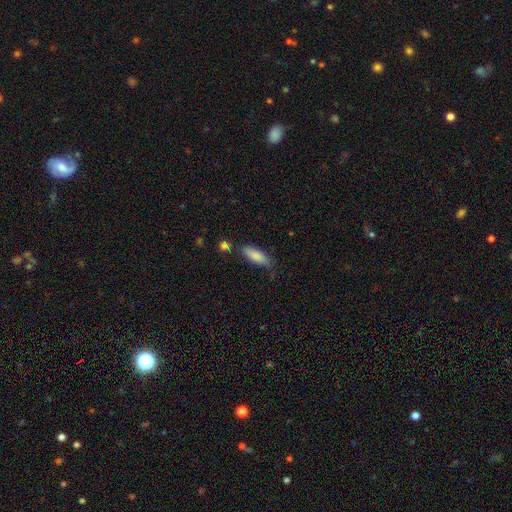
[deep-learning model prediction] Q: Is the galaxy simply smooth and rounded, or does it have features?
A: smooth — 84%.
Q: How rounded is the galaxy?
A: in between — 60%.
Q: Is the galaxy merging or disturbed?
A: none — 65%.